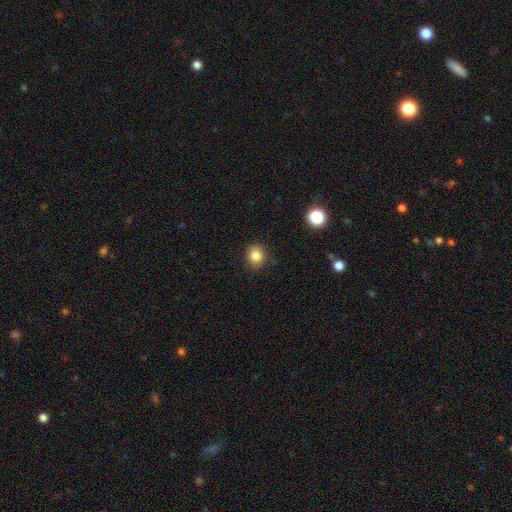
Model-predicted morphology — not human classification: A smooth galaxy with no disk features (83%) that is round (78%).

Vote fractions:
- Smooth or featured? smooth: 83% / star or artifact: 11% / featured or disk: 5%
- How rounded? round: 78% / in between: 21% / cigar-shaped: 1%
- Merging? none: 88% / minor disturbance: 8% / major disturbance: 2% / merger: 1%